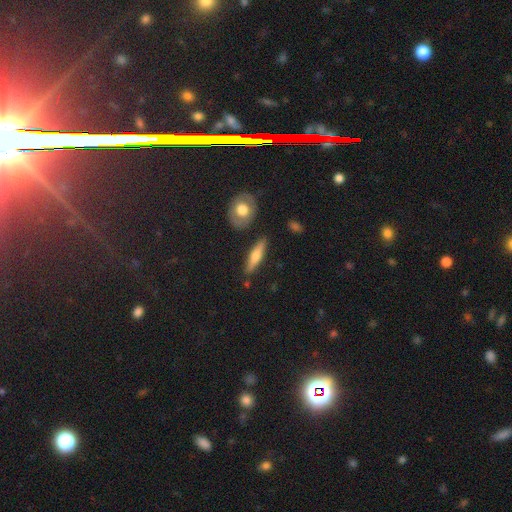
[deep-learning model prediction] Smooth or featured? Predicted: featured or disk (p=0.49). Merging? Predicted: none (p=0.84).